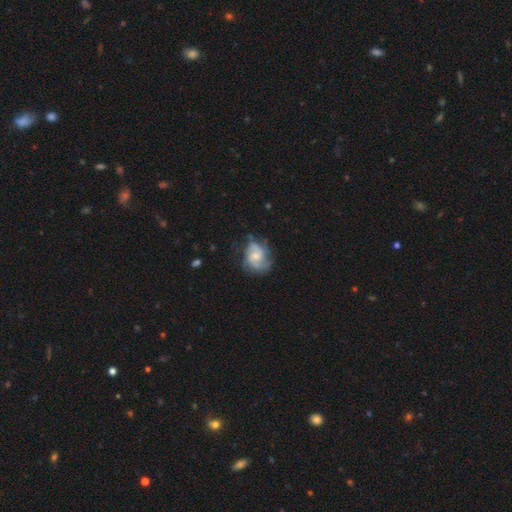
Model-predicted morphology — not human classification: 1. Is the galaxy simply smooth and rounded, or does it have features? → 74% featured or disk, 19% smooth, 7% star or artifact.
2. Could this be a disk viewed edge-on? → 98% no, 2% yes.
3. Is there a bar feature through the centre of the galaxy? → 55% no, 39% weak, 6% strong.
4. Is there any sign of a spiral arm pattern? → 91% yes, 9% no.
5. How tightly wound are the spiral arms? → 48% medium, 28% tight, 23% loose.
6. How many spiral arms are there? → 59% 2, 16% can't tell, 15% 3, 4% 1, 3% 4, 2% more than 4.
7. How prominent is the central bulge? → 45% moderate, 39% small, 9% none, 6% large, 1% dominant.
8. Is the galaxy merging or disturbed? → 59% none, 24% minor disturbance, 14% major disturbance, 2% merger.